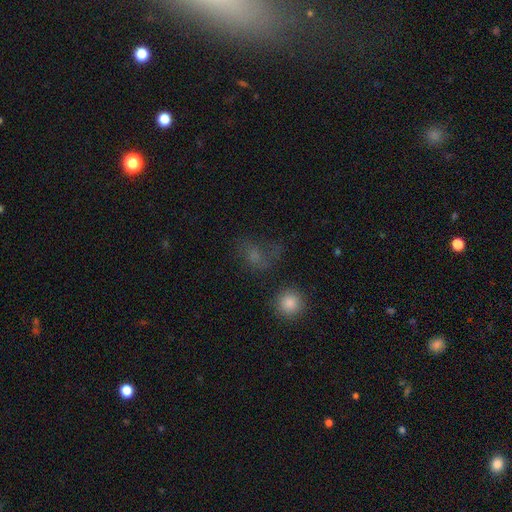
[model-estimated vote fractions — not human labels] Smooth or featured? smooth (49%)
Merging? none (44%)